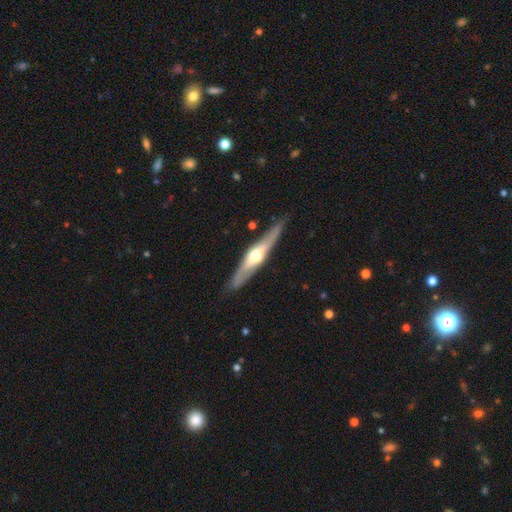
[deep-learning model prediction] A featured or disk galaxy (69%) viewed edge-on (89%) with a rounded central bulge (89%).

Vote fractions:
- Smooth or featured? featured or disk: 69% / smooth: 26% / star or artifact: 5%
- Edge-on disk? yes: 89% / no: 11%
- Edge-on bulge? rounded: 89% / none: 7% / boxy: 5%
- Merging? none: 85% / minor disturbance: 12% / major disturbance: 2% / merger: 1%